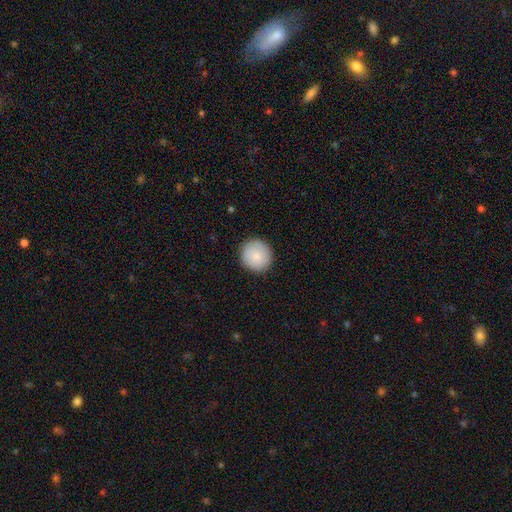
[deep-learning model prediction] Q: Smooth or featured?
A: smooth (84%); runner-up: featured or disk (10%)
Q: How rounded?
A: round (93%); runner-up: in between (6%)
Q: Merging?
A: none (88%); runner-up: minor disturbance (9%)